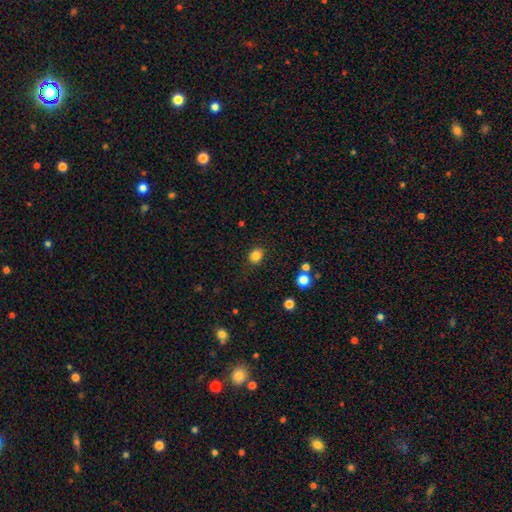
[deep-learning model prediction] Overall: smooth (84%). How rounded: round (56%; in between 44%). Merging: none (85%).